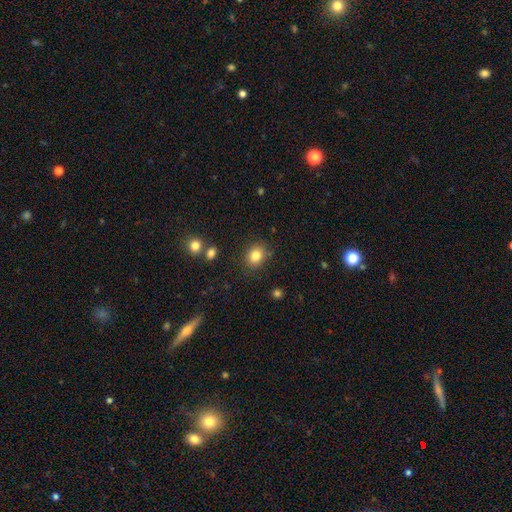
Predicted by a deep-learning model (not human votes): The model was most divided on "how rounded": round: 65%, in between: 35%, cigar-shaped: 1%. More confident: merging — none (85%); smooth or featured — smooth (83%).